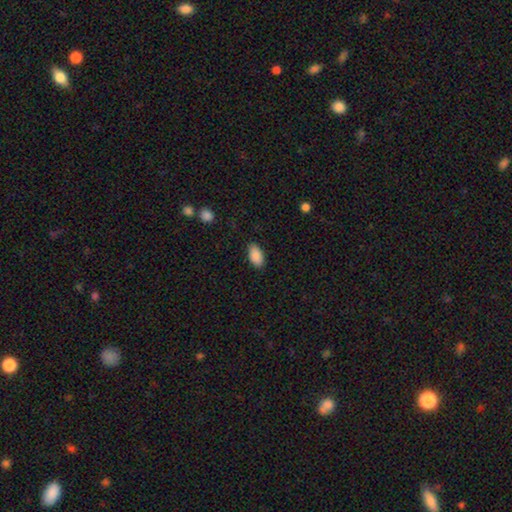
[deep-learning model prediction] Smooth or featured? Predicted: smooth (p=0.89). How rounded? Predicted: in between (p=0.94). Merging? Predicted: none (p=0.85).